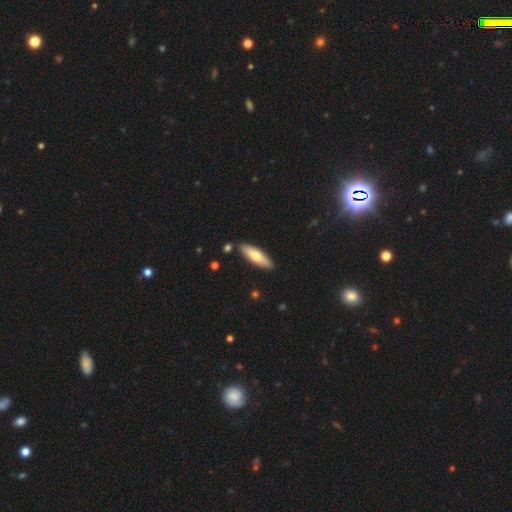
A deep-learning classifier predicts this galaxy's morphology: This is likely a smooth galaxy (68%). How rounded: possibly cigar-shaped (59%). Merging: clearly none (87%).